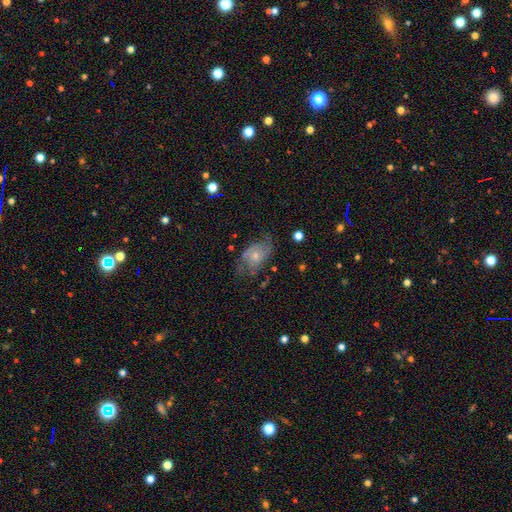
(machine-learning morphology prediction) Smooth or featured?
  - featured or disk: 64% *
  - smooth: 27%
  - star or artifact: 10%
Edge-on disk?
  - no: 95% *
  - yes: 5%
Bar?
  - no: 77% *
  - weak: 20%
  - strong: 3%
Spiral arms?
  - yes: 83% *
  - no: 17%
Spiral winding?
  - medium: 42% *
  - loose: 32%
  - tight: 26%
Spiral arm count?
  - 2: 65% *
  - can't tell: 21%
  - 3: 5%
  - 1: 4%
  - 4: 2%
  - more than 4: 2%
Bulge size?
  - small: 55% *
  - moderate: 37%
  - none: 4%
  - large: 3%
  - dominant: 1%
Merging?
  - none: 59% *
  - minor disturbance: 24%
  - major disturbance: 15%
  - merger: 2%